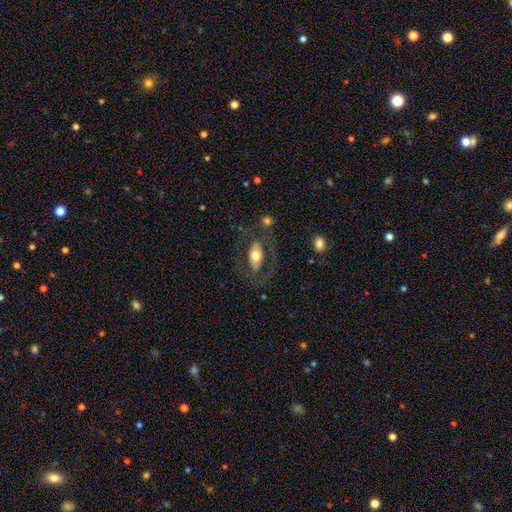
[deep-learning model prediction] smooth 53%, featured or disk 41%, star or artifact 6%. Down the decision tree: how rounded — in between (91%); merging — none (67%).